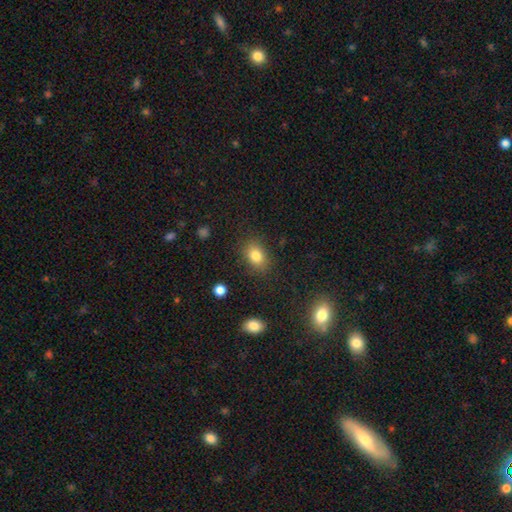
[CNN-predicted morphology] smooth 81%, star or artifact 11%, featured or disk 8%. Down the decision tree: how rounded — in between (69%); merging — none (83%).